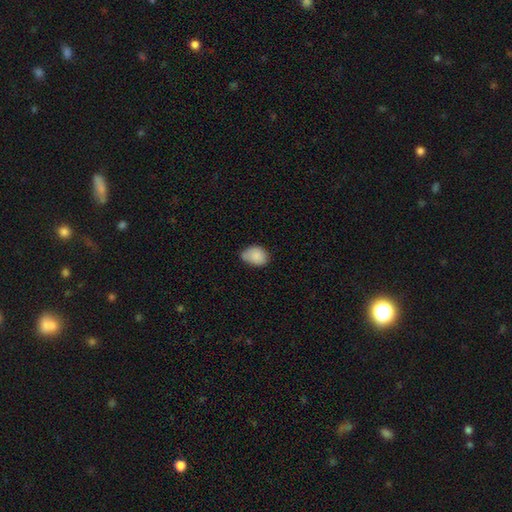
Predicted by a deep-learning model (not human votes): A smooth galaxy with no disk features (86%) that is in between round and cigar-shaped (71%).

Vote fractions:
- Smooth or featured? smooth: 86% / star or artifact: 8% / featured or disk: 6%
- How rounded? in between: 71% / round: 28% / cigar-shaped: 1%
- Merging? none: 50% / minor disturbance: 40% / major disturbance: 7% / merger: 4%